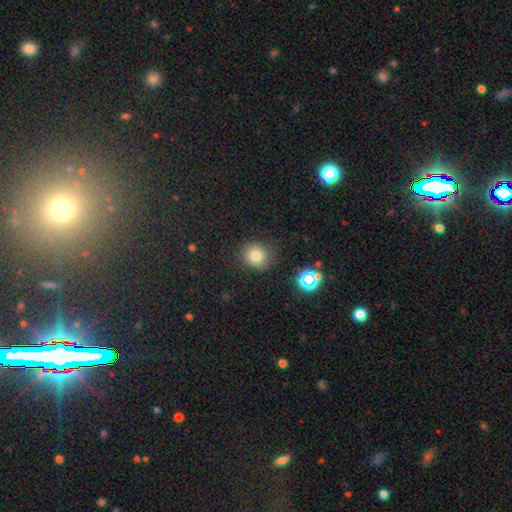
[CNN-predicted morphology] This is likely a smooth galaxy (78%). How rounded: clearly round (87%). Merging: clearly none (86%).